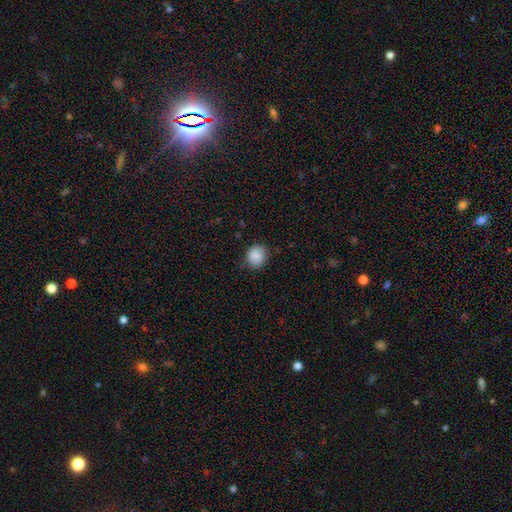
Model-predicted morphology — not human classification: A smooth galaxy with no disk features (88%) that is round (74%).

Vote fractions:
- Smooth or featured? smooth: 88% / star or artifact: 8% / featured or disk: 4%
- How rounded? round: 74% / in between: 25% / cigar-shaped: 1%
- Merging? none: 80% / minor disturbance: 16% / major disturbance: 3% / merger: 1%